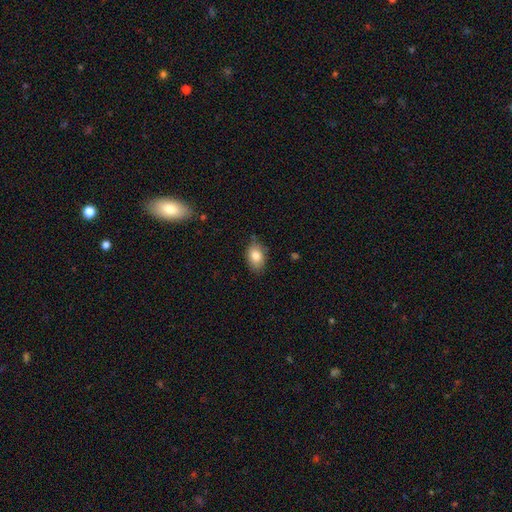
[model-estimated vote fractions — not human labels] This appears to be a smooth galaxy with no disk features (83%) that is in between round and cigar-shaped (83%). Merging: none (76%).